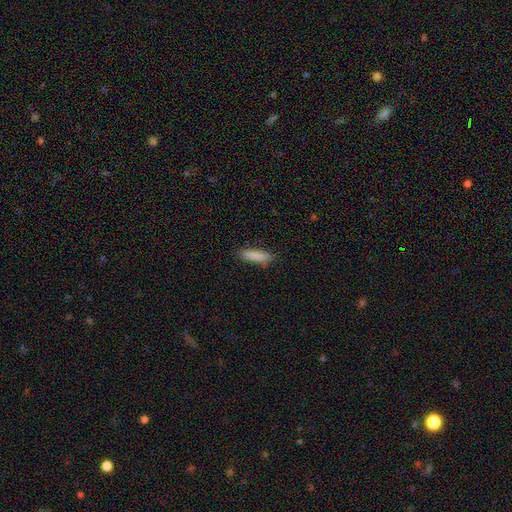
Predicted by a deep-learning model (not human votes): Q: Smooth or featured?
A: smooth (87%); runner-up: star or artifact (7%)
Q: How rounded?
A: cigar-shaped (66%); runner-up: in between (33%)
Q: Merging?
A: none (84%); runner-up: minor disturbance (12%)